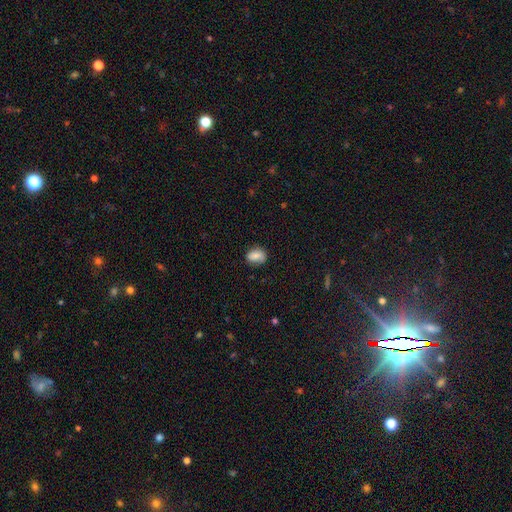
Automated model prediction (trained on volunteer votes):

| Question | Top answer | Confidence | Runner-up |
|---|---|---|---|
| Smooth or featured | smooth | 79% | featured or disk (12%) |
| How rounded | in between | 65% | round (34%) |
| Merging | none | 69% | minor disturbance (23%) |